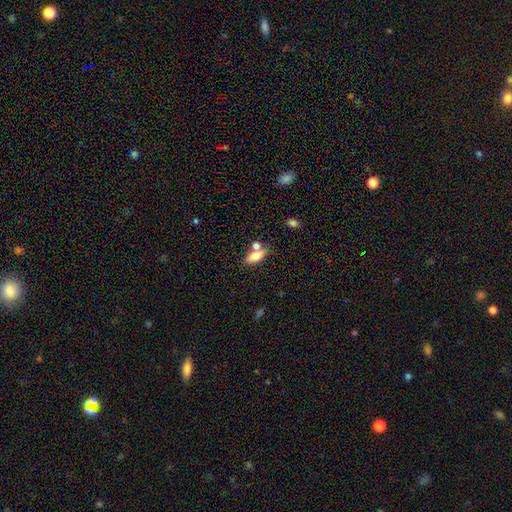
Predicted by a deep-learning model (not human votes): Smooth or featured?
  - smooth: 74% *
  - featured or disk: 17%
  - star or artifact: 8%
How rounded?
  - in between: 76% *
  - cigar-shaped: 19%
  - round: 5%
Merging?
  - none: 53% *
  - merger: 29%
  - minor disturbance: 14%
  - major disturbance: 5%